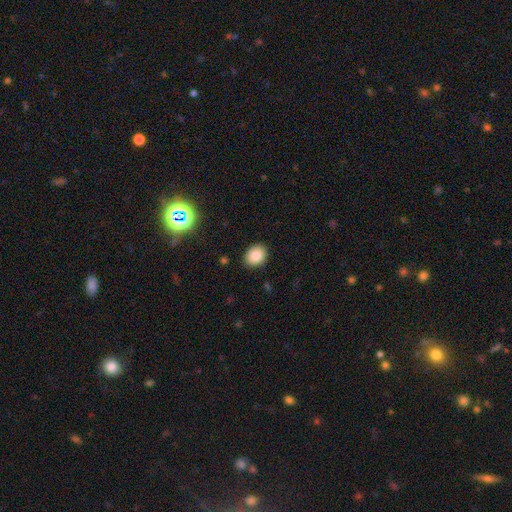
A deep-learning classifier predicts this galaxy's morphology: Smooth or featured? Predicted: smooth (p=0.87). How rounded? Predicted: in between (p=0.51). Merging? Predicted: none (p=0.87).